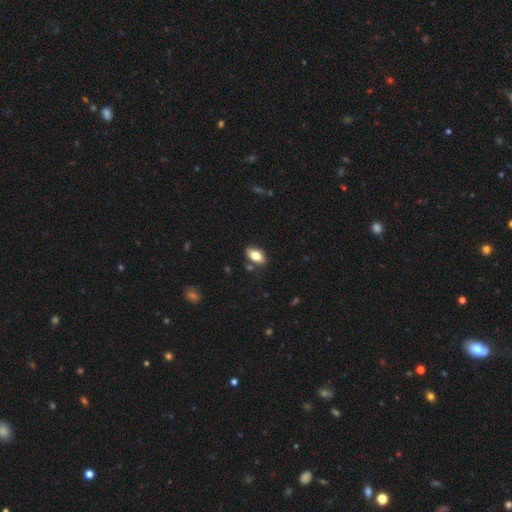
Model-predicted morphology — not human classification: smooth-or-featured: smooth: 73% | featured or disk: 19% | star or artifact: 8%
  how-rounded: in between: 88% | round: 7% | cigar-shaped: 5%
  merging: none: 81% | minor disturbance: 12% | merger: 4% | major disturbance: 3%